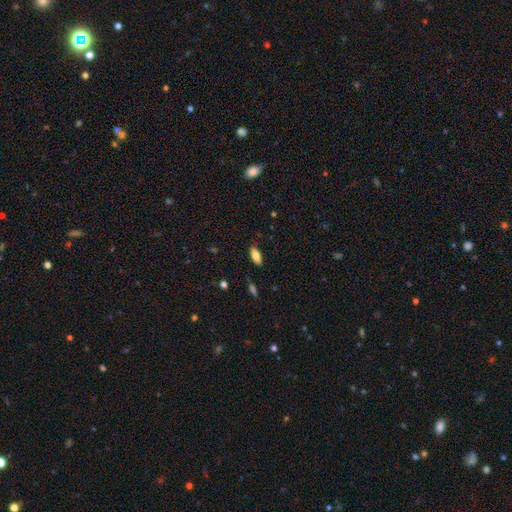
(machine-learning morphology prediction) Q: Smooth or featured?
A: smooth (76%); runner-up: featured or disk (17%)
Q: How rounded?
A: in between (83%); runner-up: cigar-shaped (15%)
Q: Merging?
A: none (85%); runner-up: minor disturbance (11%)